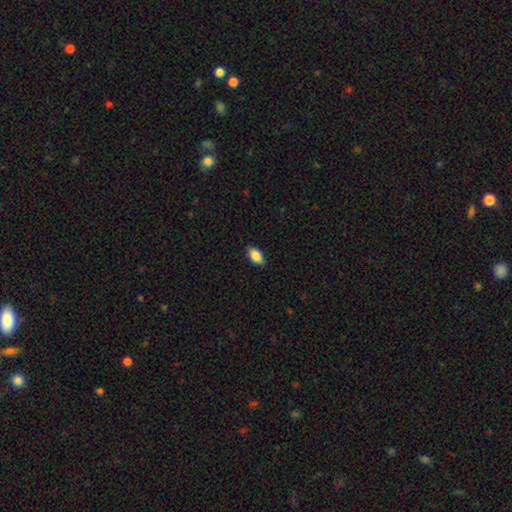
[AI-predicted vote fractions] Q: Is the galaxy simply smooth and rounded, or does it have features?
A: smooth — 86%.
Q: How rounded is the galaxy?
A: in between — 91%.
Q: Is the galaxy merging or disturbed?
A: none — 87%.